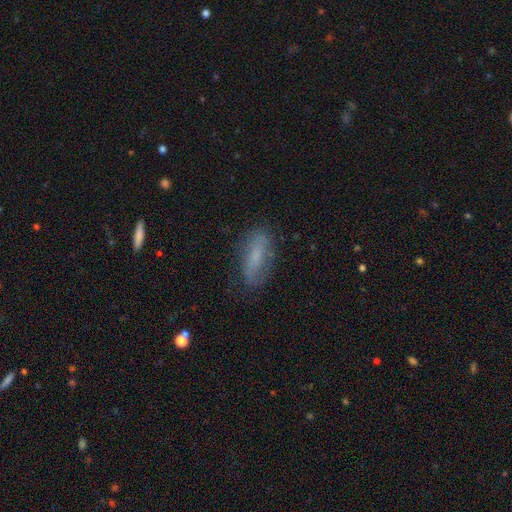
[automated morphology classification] smooth-or-featured: smooth: 63% | featured or disk: 27% | star or artifact: 10%
  how-rounded: in between: 68% | cigar-shaped: 29% | round: 3%
  merging: none: 73% | minor disturbance: 19% | major disturbance: 6% | merger: 2%